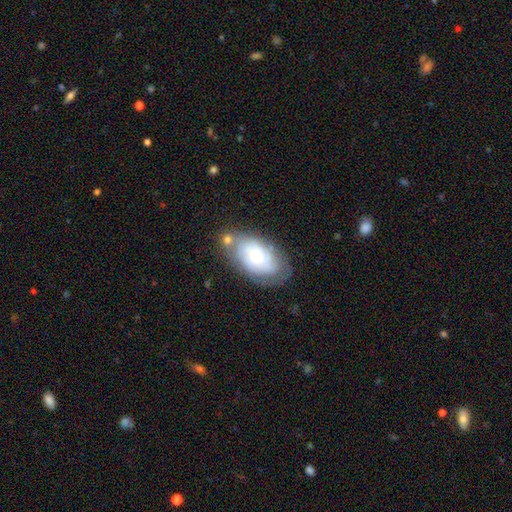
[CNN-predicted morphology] smooth_or_featured: smooth (p=0.47) [alt: featured or disk p=0.45]
merging: none (p=0.60) [alt: minor disturbance p=0.23]